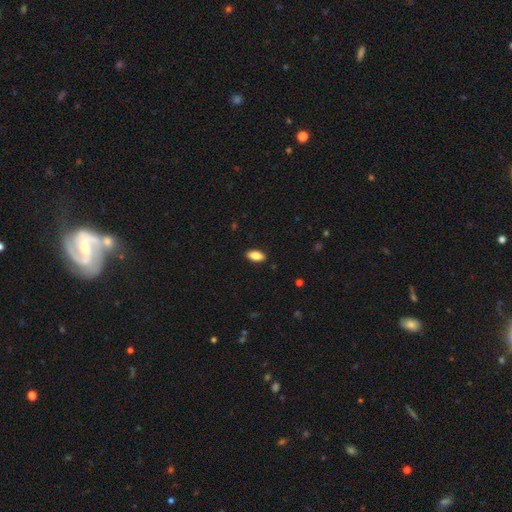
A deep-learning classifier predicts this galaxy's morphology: Smooth or featured?
  - smooth: 84% *
  - featured or disk: 9%
  - star or artifact: 7%
How rounded?
  - in between: 89% *
  - cigar-shaped: 8%
  - round: 3%
Merging?
  - none: 89% *
  - minor disturbance: 8%
  - major disturbance: 2%
  - merger: 1%